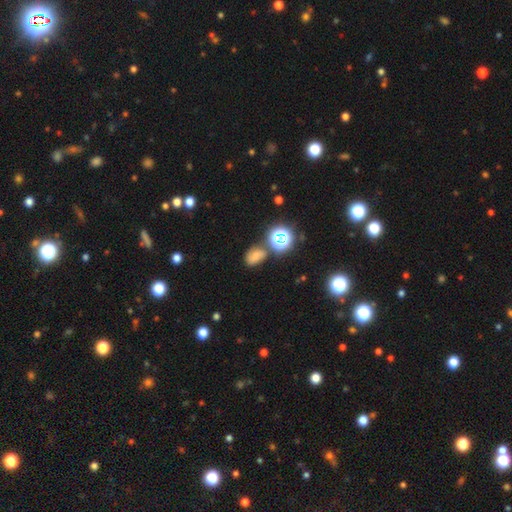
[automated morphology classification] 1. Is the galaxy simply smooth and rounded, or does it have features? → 54% smooth, 29% star or artifact, 17% featured or disk.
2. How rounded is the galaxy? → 74% in between, 25% round, 2% cigar-shaped.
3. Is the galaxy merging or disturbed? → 62% none, 20% minor disturbance, 12% merger, 7% major disturbance.